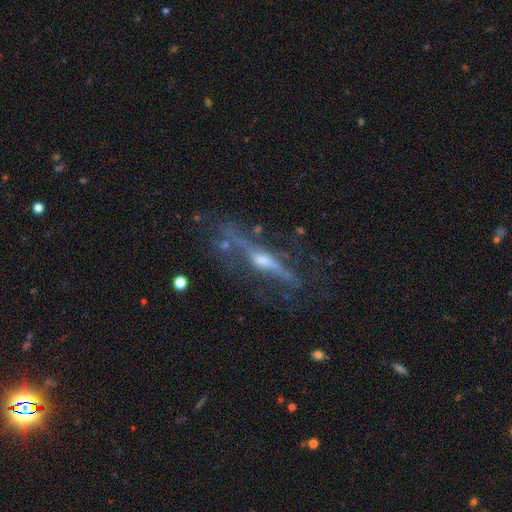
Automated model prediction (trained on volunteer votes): This appears to be a featured or disk galaxy (74%) viewed edge-on (81%) with a rounded central bulge (81%). Merging: none (58%).